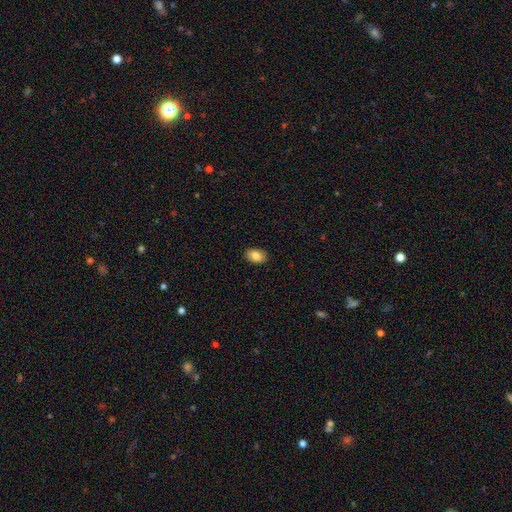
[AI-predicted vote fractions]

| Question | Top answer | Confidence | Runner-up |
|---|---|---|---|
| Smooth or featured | smooth | 86% | star or artifact (7%) |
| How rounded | in between | 88% | round (11%) |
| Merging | none | 90% | minor disturbance (8%) |